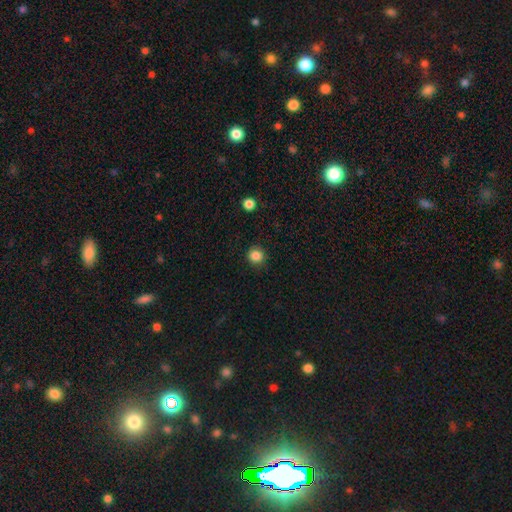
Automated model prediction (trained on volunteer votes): Overall: smooth (85%). How rounded: round (93%). Merging: none (90%).